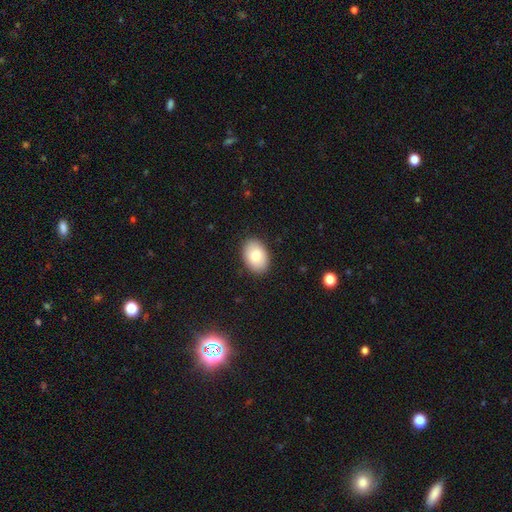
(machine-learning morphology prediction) Overall: smooth (80%). How rounded: in between (85%). Merging: none (89%).